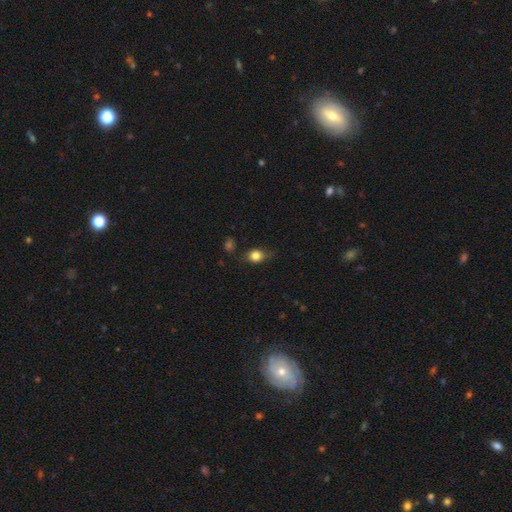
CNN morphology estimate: Q: Smooth or featured?
A: smooth (80%); runner-up: star or artifact (10%)
Q: How rounded?
A: round (59%); runner-up: in between (39%)
Q: Merging?
A: none (67%); runner-up: minor disturbance (24%)